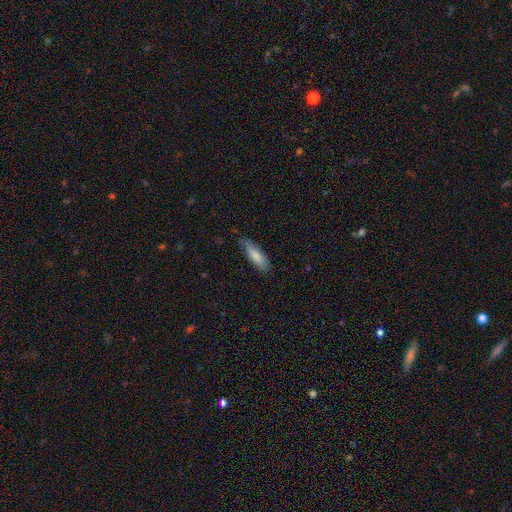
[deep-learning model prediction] smooth-or-featured: smooth: 78% | featured or disk: 17% | star or artifact: 6%
  how-rounded: in between: 51% | cigar-shaped: 47% | round: 2%
  merging: none: 75% | minor disturbance: 21% | major disturbance: 3% | merger: 1%